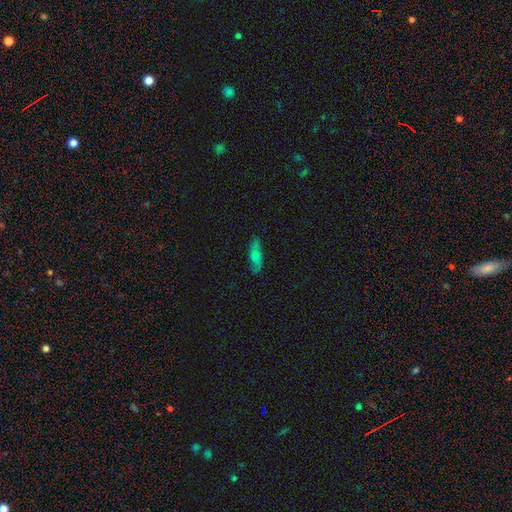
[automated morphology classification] Q: Smooth or featured?
A: smooth (62%); runner-up: featured or disk (30%)
Q: How rounded?
A: in between (55%); runner-up: cigar-shaped (42%)
Q: Merging?
A: none (76%); runner-up: minor disturbance (18%)